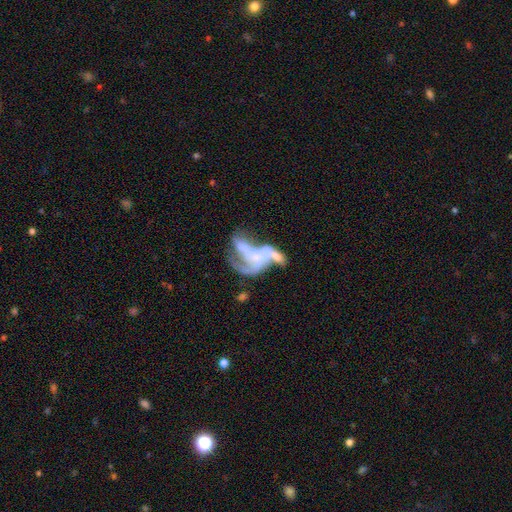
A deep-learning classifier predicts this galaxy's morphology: Smooth or featured?
  - featured or disk: 74% *
  - smooth: 16%
  - star or artifact: 11%
Edge-on disk?
  - no: 97% *
  - yes: 3%
Bar?
  - no: 73% *
  - weak: 20%
  - strong: 8%
Spiral arms?
  - yes: 62% *
  - no: 38%
Bulge size?
  - small: 44% *
  - none: 36%
  - moderate: 17%
  - large: 2%
  - dominant: 1%
Merging?
  - merger: 38% *
  - major disturbance: 34%
  - none: 18%
  - minor disturbance: 10%